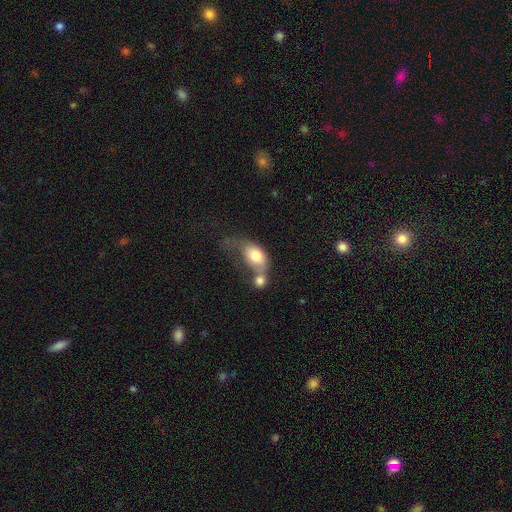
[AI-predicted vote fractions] This is likely a smooth galaxy (72%). How rounded: clearly in between (82%). Merging: possibly merger (56%).